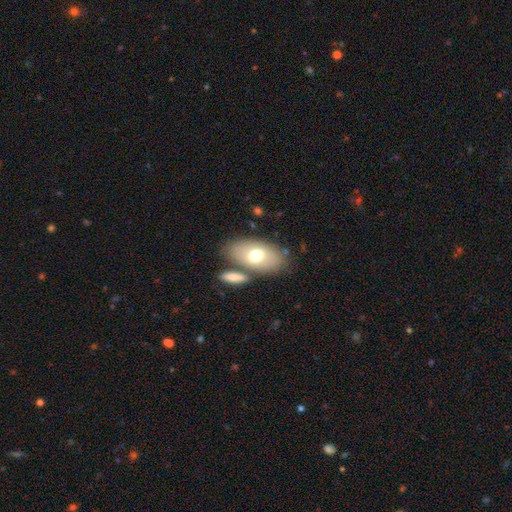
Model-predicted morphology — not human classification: type=smooth (68%); roundness=in between (92%); merging=none (67%).